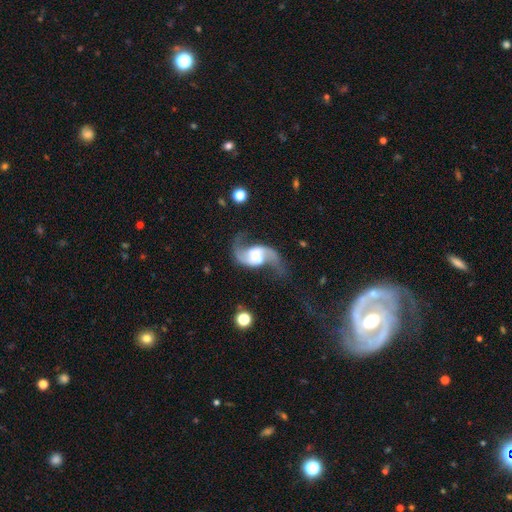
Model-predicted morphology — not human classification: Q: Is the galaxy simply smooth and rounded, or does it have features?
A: featured or disk — 89%.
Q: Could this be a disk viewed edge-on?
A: no — 98%.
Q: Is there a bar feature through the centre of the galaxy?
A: no — 41%.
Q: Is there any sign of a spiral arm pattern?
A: yes — 97%.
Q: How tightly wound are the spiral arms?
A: loose — 75%.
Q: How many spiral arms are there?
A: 2 — 94%.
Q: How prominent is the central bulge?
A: small — 34%.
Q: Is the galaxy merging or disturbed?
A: none — 64%.